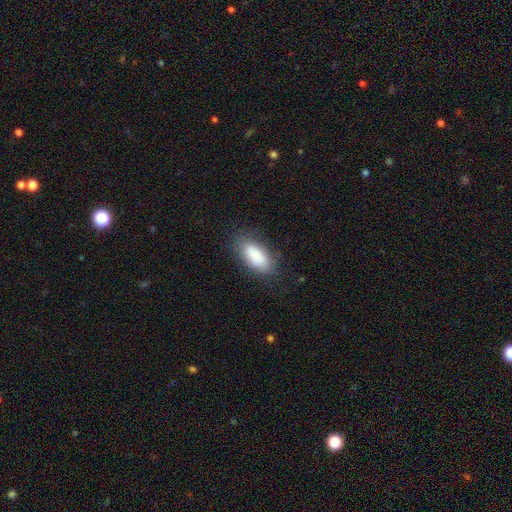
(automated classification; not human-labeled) A smooth galaxy with no disk features (86%) that is in between round and cigar-shaped (86%).

Vote fractions:
- Smooth or featured? smooth: 86% / featured or disk: 8% / star or artifact: 7%
- How rounded? in between: 86% / cigar-shaped: 11% / round: 3%
- Merging? none: 80% / minor disturbance: 14% / major disturbance: 4% / merger: 1%